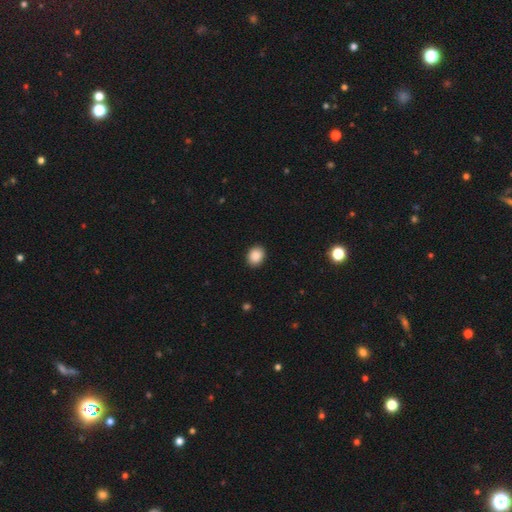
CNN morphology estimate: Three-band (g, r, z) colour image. It shows a smooth galaxy with no disk features (89%) that is round (51%). Merging: none (90%).